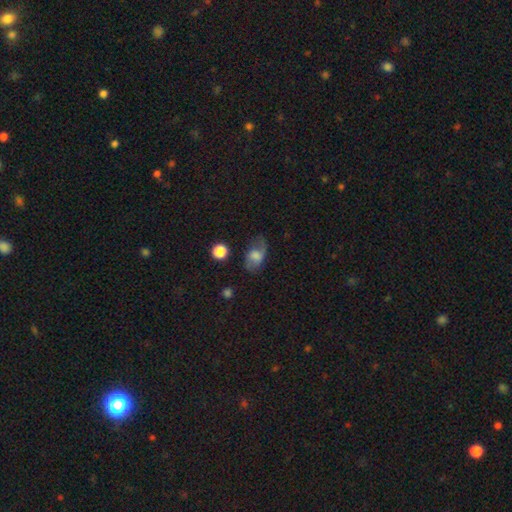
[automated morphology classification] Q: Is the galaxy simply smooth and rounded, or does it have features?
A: smooth — 57%.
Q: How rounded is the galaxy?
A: in between — 82%.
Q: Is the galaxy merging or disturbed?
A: none — 57%.